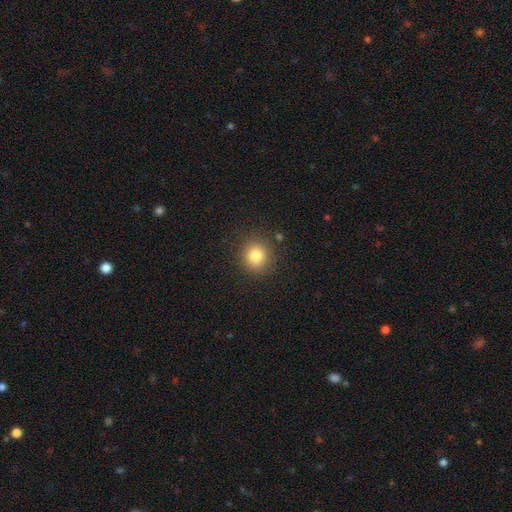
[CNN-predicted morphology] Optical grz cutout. It shows a smooth galaxy with no disk features (82%) that is round (89%). Merging: none (88%).